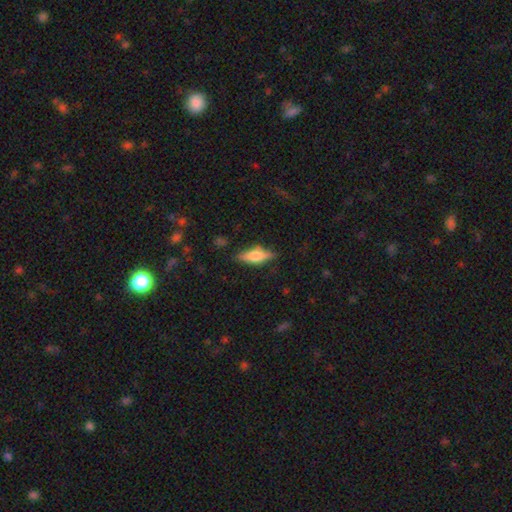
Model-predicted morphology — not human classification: smooth_or_featured: smooth (p=0.51) [alt: featured or disk p=0.42]
how_rounded: in between (p=0.53) [alt: cigar-shaped p=0.44]
merging: none (p=0.81) [alt: minor disturbance p=0.14]